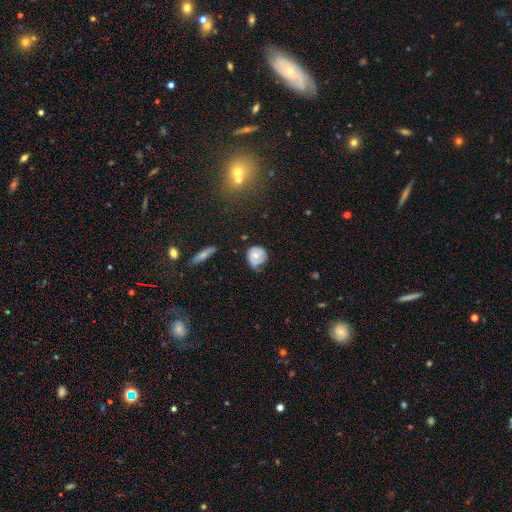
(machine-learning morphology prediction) smooth_or_featured: smooth (p=0.54) [alt: featured or disk p=0.38]
how_rounded: round (p=0.72) [alt: in between p=0.26]
merging: none (p=0.48) [alt: minor disturbance p=0.36]